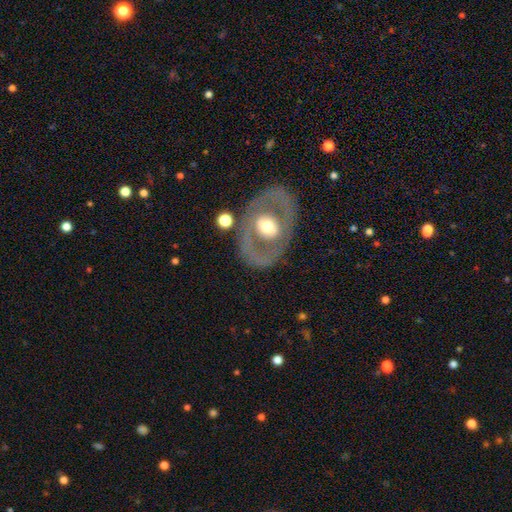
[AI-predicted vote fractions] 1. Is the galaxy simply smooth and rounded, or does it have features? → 69% featured or disk, 25% smooth, 6% star or artifact.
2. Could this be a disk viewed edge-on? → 93% no, 7% yes.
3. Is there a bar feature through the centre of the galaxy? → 74% no, 17% weak, 9% strong.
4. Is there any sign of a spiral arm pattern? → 71% no, 29% yes.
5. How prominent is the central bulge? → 66% moderate, 19% large, 11% small, 2% dominant, 1% none.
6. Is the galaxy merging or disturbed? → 78% none, 12% minor disturbance, 7% major disturbance, 3% merger.